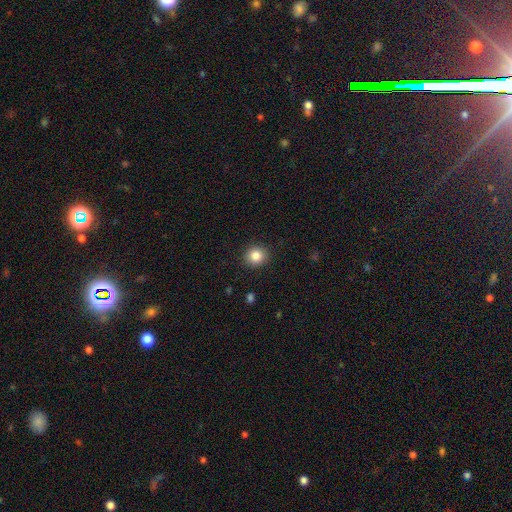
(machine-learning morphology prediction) Smooth or featured: smooth — 85% (star or artifact — 10%)
How rounded: round — 87% (in between — 13%)
Merging: none — 91% (minor disturbance — 6%)